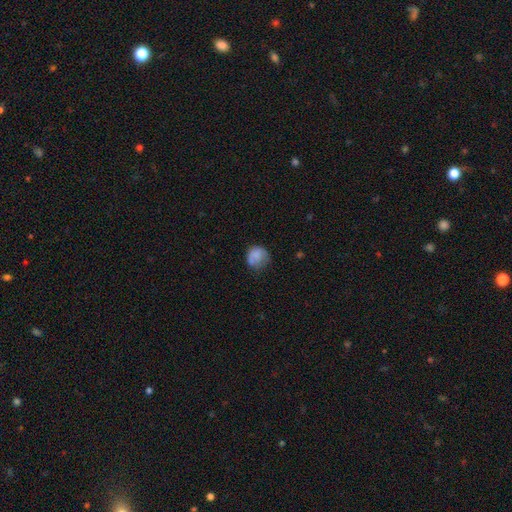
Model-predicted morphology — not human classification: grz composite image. It shows a smooth galaxy with no disk features (75%) that is round (81%). Merging: none (52%).